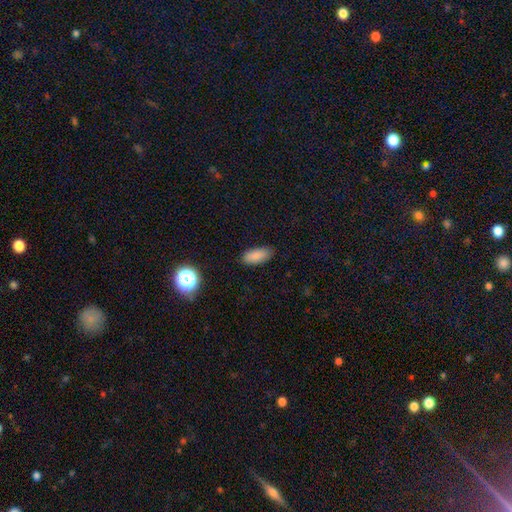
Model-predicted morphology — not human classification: A smooth galaxy with no disk features (85%) that is in between round and cigar-shaped (85%). Merging: none (86%).